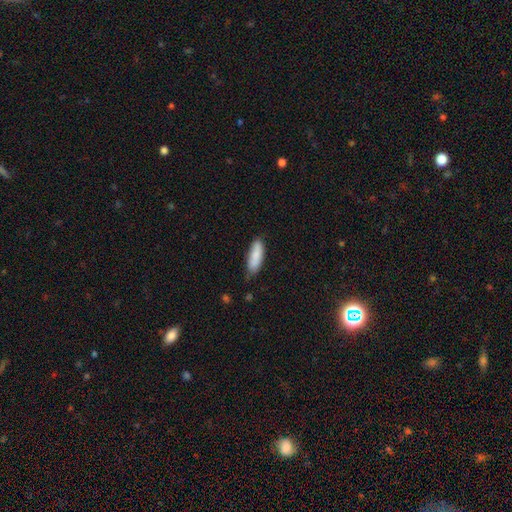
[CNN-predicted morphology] Smooth or featured? smooth (85%)
How rounded? in between (57%)
Merging? none (75%)